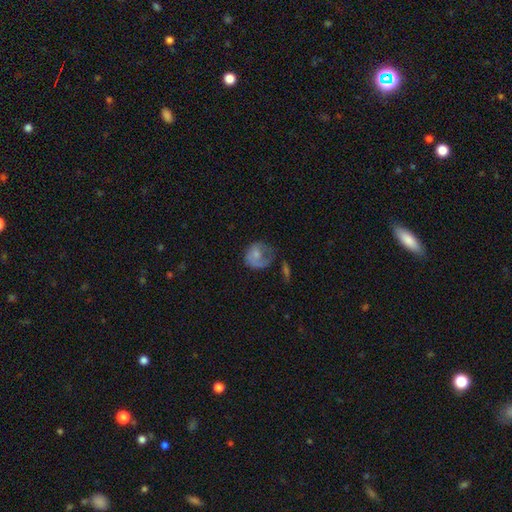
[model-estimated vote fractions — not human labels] Q: Smooth or featured?
A: smooth (55%); runner-up: featured or disk (37%)
Q: How rounded?
A: round (63%); runner-up: in between (36%)
Q: Merging?
A: major disturbance (36%); runner-up: none (34%)